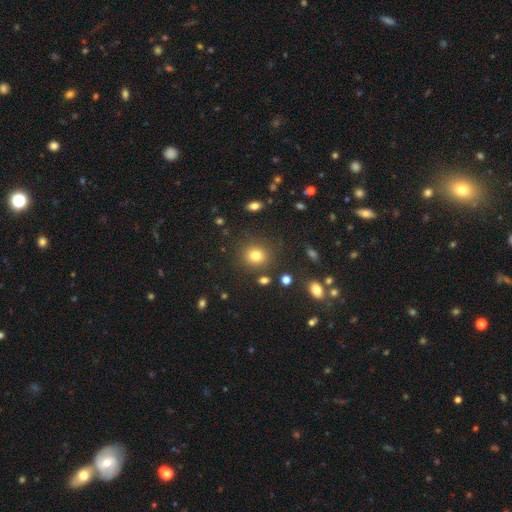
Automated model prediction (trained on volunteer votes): Smooth or featured? smooth (79%)
How rounded? round (82%)
Merging? none (84%)